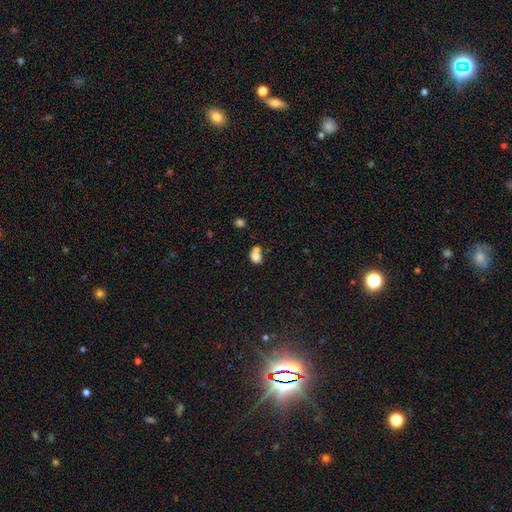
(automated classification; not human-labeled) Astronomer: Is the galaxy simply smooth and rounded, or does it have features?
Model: smooth — 78%.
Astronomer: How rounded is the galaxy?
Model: in between — 59% (runner-up: round, 40%).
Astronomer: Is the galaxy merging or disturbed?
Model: merger — 48% (runner-up: none, 31%).